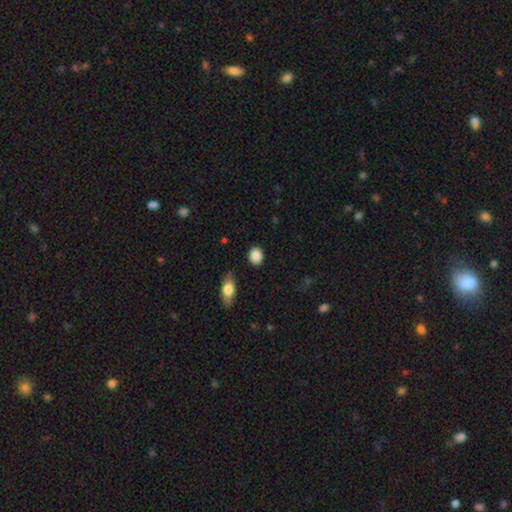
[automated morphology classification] This appears to be a smooth galaxy with no disk features (89%) that is round (68%). Merging: none (88%).